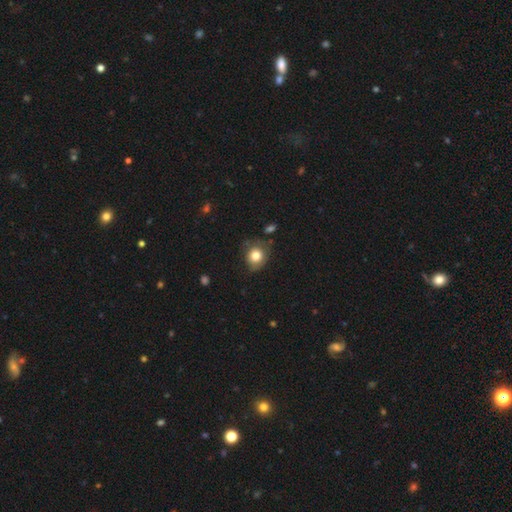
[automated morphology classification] Overall: smooth (80%). How rounded: round (71%). Merging: none (68%).